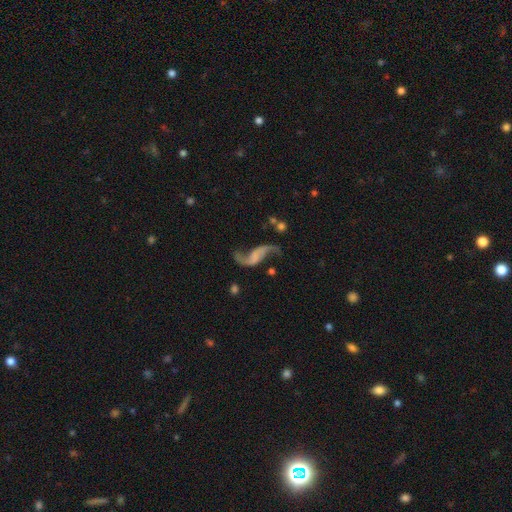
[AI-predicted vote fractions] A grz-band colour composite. It shows a featured or disk galaxy (87%) with no bar (51%), 2 (93%) loose (91%) spiral arms (95%) and no central bulge (68%). Merging: none (66%).